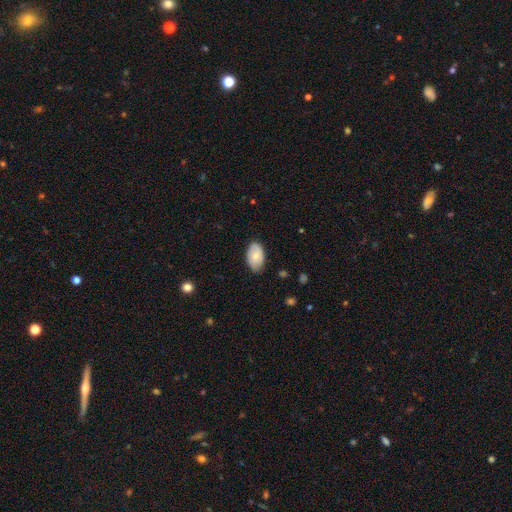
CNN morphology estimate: The model was most divided on "smooth or featured": smooth: 68%, featured or disk: 25%, star or artifact: 6%. More confident: how rounded — in between (92%); merging — none (79%).